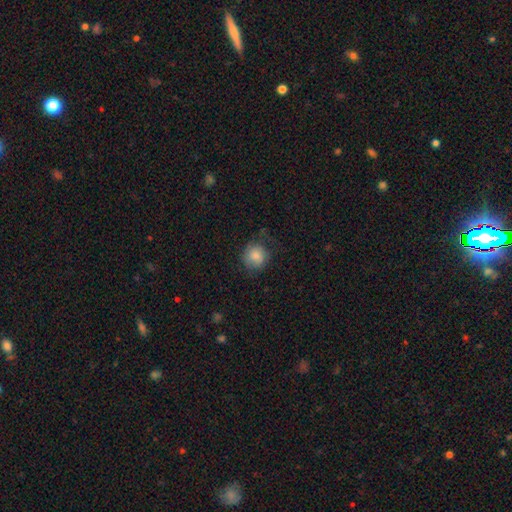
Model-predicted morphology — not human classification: Smooth or featured: smooth — 81% (featured or disk — 11%)
How rounded: round — 86% (in between — 13%)
Merging: none — 62% (minor disturbance — 23%)